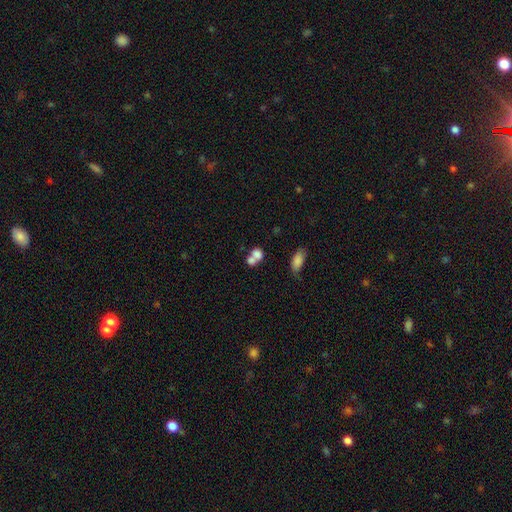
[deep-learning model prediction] A smooth galaxy with no disk features (73%) that is in between round and cigar-shaped (55%).

Vote fractions:
- Smooth or featured? smooth: 73% / featured or disk: 17% / star or artifact: 10%
- How rounded? in between: 55% / round: 43% / cigar-shaped: 2%
- Merging? merger: 62% / none: 25% / minor disturbance: 8% / major disturbance: 5%